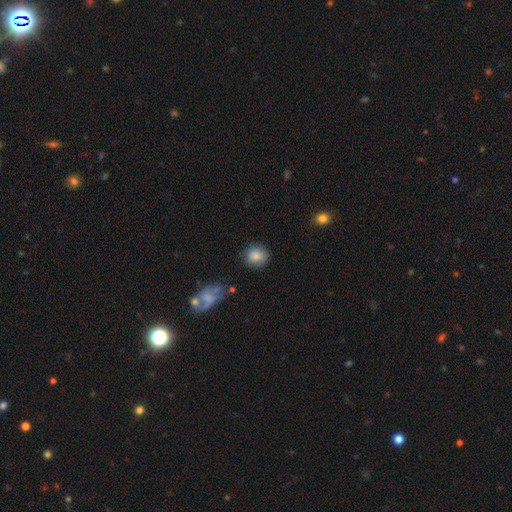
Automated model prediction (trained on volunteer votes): Morphology: type=smooth (84%); roundness=round (82%); merging=none (80%).